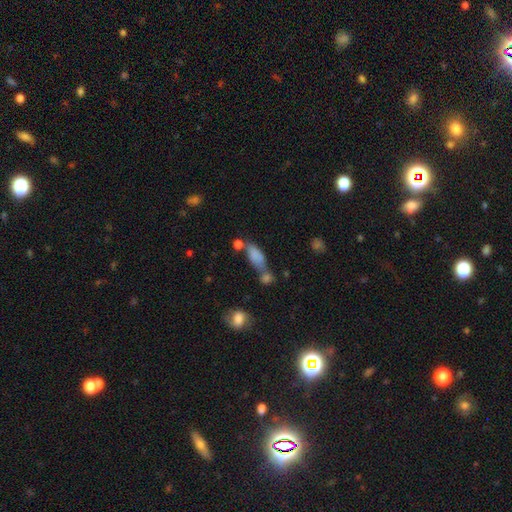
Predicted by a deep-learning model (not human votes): Smooth or featured? Predicted: smooth (p=0.73). How rounded? Predicted: in between (p=0.69). Merging? Predicted: merger (p=0.41).